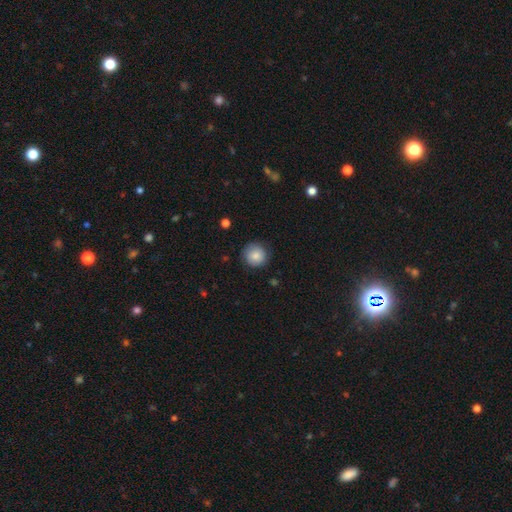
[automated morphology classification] Q: Smooth or featured?
A: smooth (84%); runner-up: star or artifact (8%)
Q: How rounded?
A: round (93%); runner-up: in between (6%)
Q: Merging?
A: none (84%); runner-up: minor disturbance (12%)